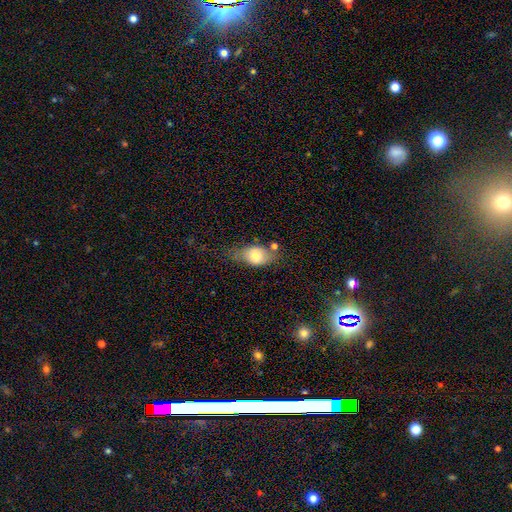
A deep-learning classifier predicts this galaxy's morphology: This appears to be a smooth galaxy with no disk features (72%) that is in between round and cigar-shaped (77%). Merging: none (50%).